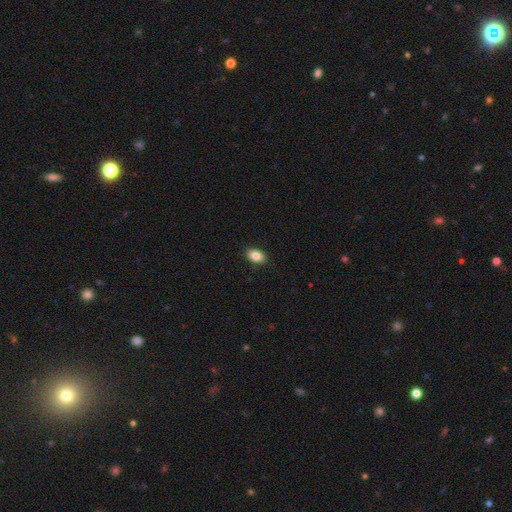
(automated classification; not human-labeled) A smooth galaxy with no disk features (85%) that is in between round and cigar-shaped (89%).

Vote fractions:
- Smooth or featured? smooth: 85% / star or artifact: 8% / featured or disk: 7%
- How rounded? in between: 89% / round: 9% / cigar-shaped: 2%
- Merging? none: 90% / minor disturbance: 8% / major disturbance: 2% / merger: 1%